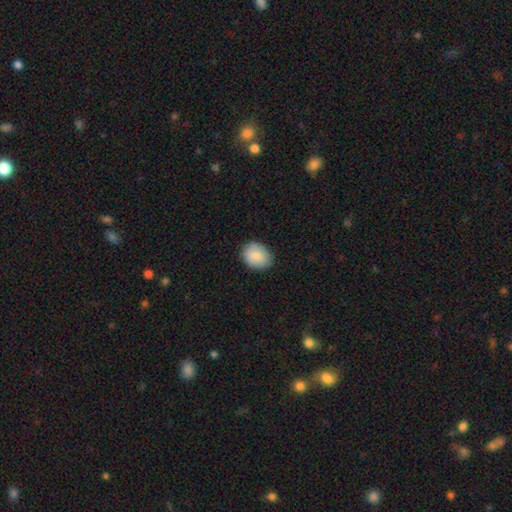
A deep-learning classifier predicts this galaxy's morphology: This is clearly a smooth galaxy (85%). How rounded: possibly in between (59%). Merging: clearly none (83%).